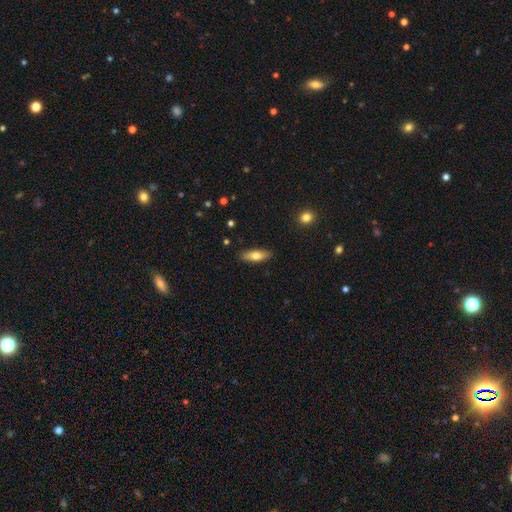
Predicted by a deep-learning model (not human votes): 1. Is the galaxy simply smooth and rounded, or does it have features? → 70% smooth, 24% featured or disk, 6% star or artifact.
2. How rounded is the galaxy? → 56% in between, 42% cigar-shaped, 3% round.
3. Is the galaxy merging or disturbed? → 89% none, 8% minor disturbance, 2% major disturbance, 1% merger.